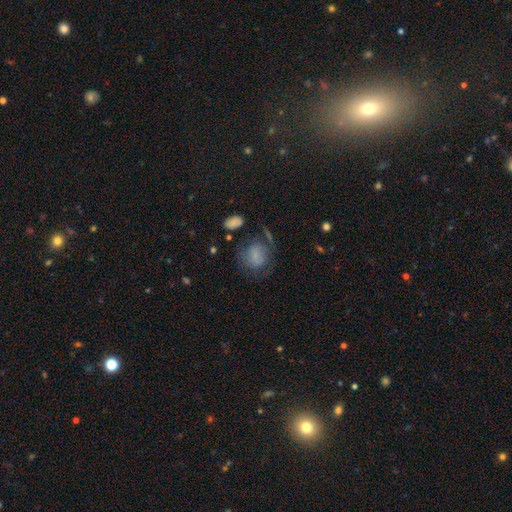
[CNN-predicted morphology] This is likely a smooth galaxy (66%). How rounded: likely round (65%). Merging: possibly none (52%).